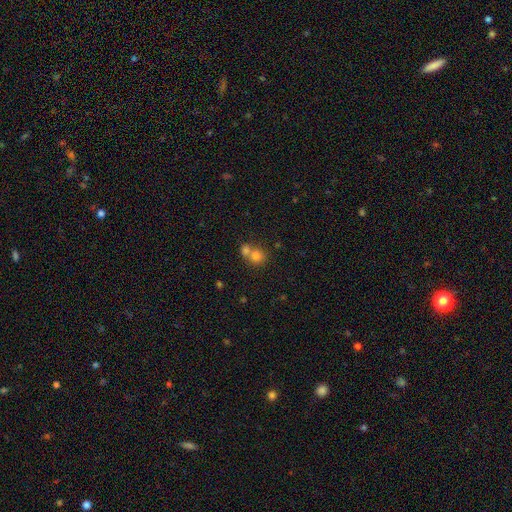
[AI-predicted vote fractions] Smooth or featured? smooth (76%)
How rounded? round (83%)
Merging? merger (54%)